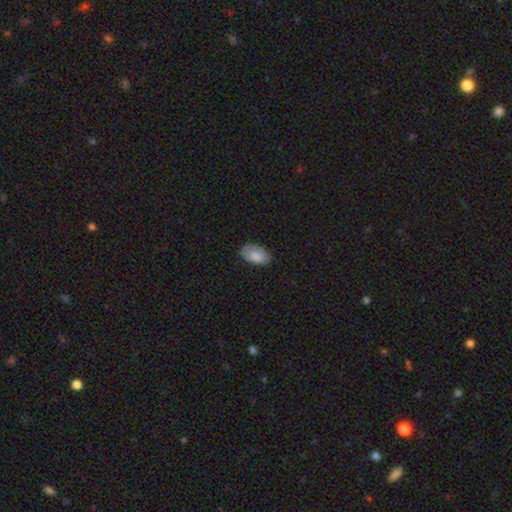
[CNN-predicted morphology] smooth-or-featured: smooth: 79% | featured or disk: 14% | star or artifact: 7%
  how-rounded: in between: 93% | round: 5% | cigar-shaped: 1%
  merging: none: 77% | minor disturbance: 18% | major disturbance: 4% | merger: 1%